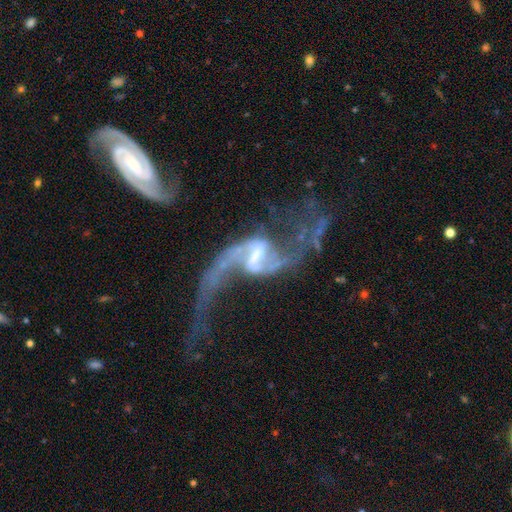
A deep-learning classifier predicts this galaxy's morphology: smooth-or-featured: featured or disk: 90% | star or artifact: 6% | smooth: 4%
  disk-edge-on: no: 97% | yes: 3%
    bar: weak: 45% | strong: 43% | no: 12%
    has-spiral-arms: yes: 94% | no: 6%
      spiral-winding: loose: 88% | medium: 9% | tight: 3%
      spiral-arm-count: 2: 92% | 1: 3% | can't tell: 2% | 3: 1% | 4: 1% | more than 4: 1%
    bulge-size: small: 42% | moderate: 31% | none: 20% | large: 6% | dominant: 2%
  merging: none: 41% | major disturbance: 34% | minor disturbance: 13% | merger: 12%